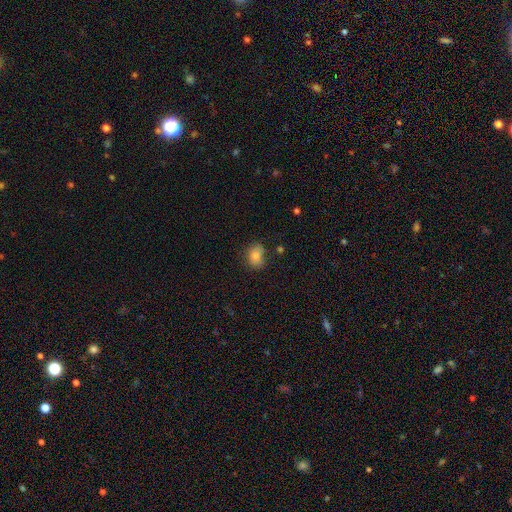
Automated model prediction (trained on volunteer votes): The model was most divided on "how rounded": in between: 62%, round: 37%, cigar-shaped: 1%. More confident: smooth or featured — smooth (81%); merging — none (67%).